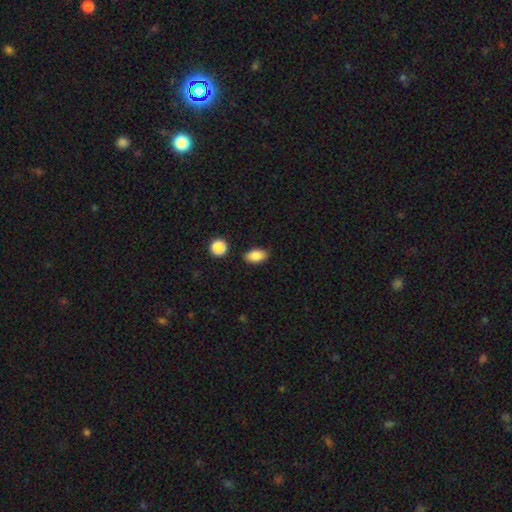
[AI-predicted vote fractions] The model was most divided on "merging": none: 86%, minor disturbance: 10%, major disturbance: 2%, merger: 2%. More confident: how rounded — in between (90%); smooth or featured — smooth (86%).